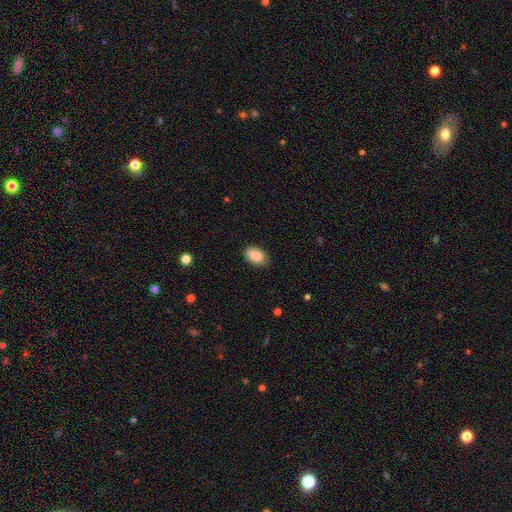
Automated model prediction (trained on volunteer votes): smooth-or-featured: smooth: 88% | star or artifact: 7% | featured or disk: 5%
  how-rounded: in between: 88% | round: 10% | cigar-shaped: 1%
  merging: none: 78% | minor disturbance: 18% | major disturbance: 3% | merger: 1%